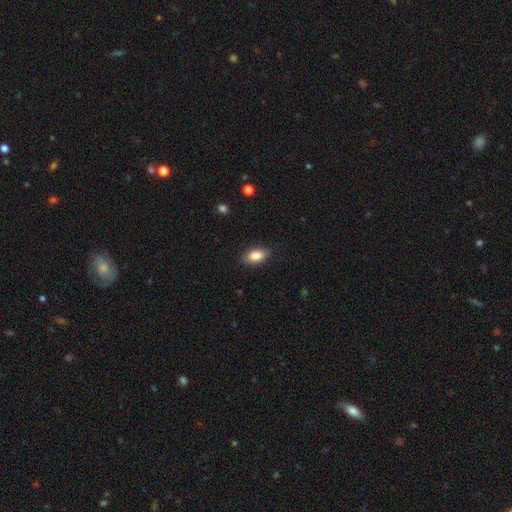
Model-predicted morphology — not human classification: smooth_or_featured: smooth (p=0.88) [alt: star or artifact p=0.07]
how_rounded: in between (p=0.91) [alt: round p=0.05]
merging: none (p=0.86) [alt: minor disturbance p=0.11]